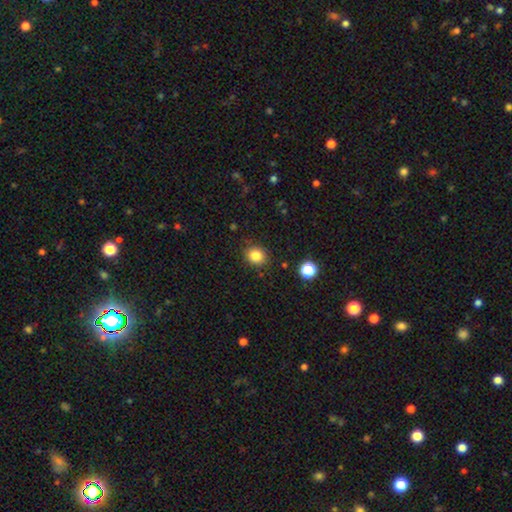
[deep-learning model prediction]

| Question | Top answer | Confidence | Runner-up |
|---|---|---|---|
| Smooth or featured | smooth | 83% | star or artifact (11%) |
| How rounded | round | 71% | in between (28%) |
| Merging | none | 85% | minor disturbance (11%) |